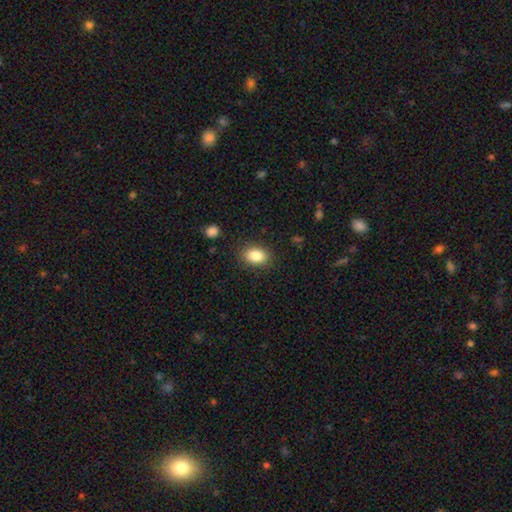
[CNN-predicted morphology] smooth-or-featured: smooth: 85% | star or artifact: 8% | featured or disk: 6%
  how-rounded: in between: 80% | round: 19% | cigar-shaped: 1%
  merging: none: 85% | minor disturbance: 10% | major disturbance: 3% | merger: 1%